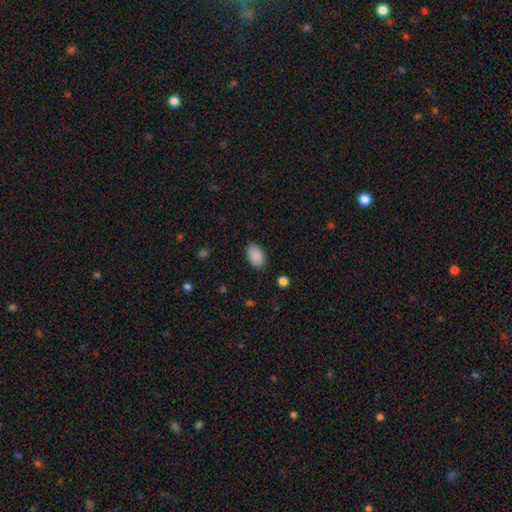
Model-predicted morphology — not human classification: Smooth or featured? Predicted: smooth (p=0.90). How rounded? Predicted: in between (p=0.92). Merging? Predicted: none (p=0.86).